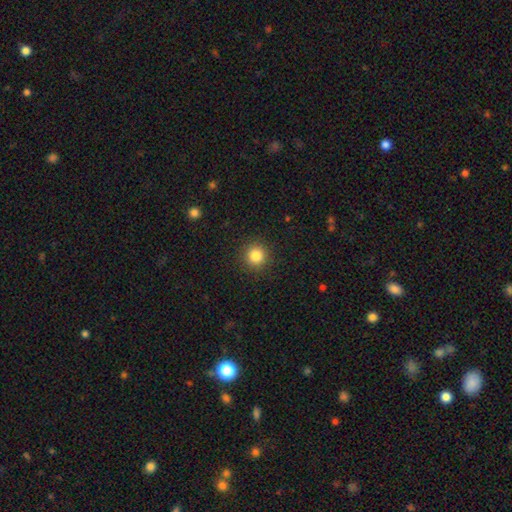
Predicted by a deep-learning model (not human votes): A smooth galaxy with no disk features (84%) that is round (94%). Merging: none (91%).